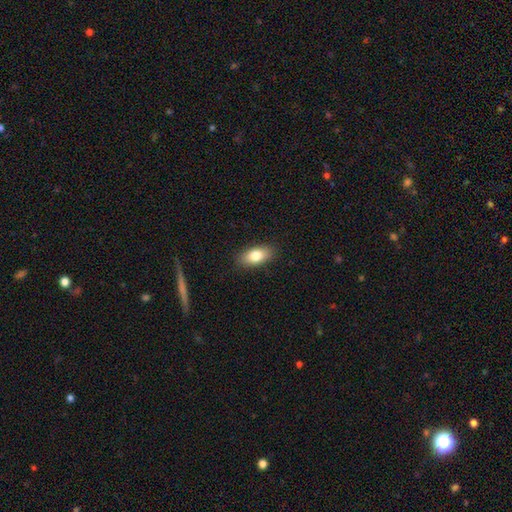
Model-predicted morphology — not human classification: A smooth galaxy with no disk features (80%) that is in between round and cigar-shaped (89%).

Vote fractions:
- Smooth or featured? smooth: 80% / featured or disk: 12% / star or artifact: 8%
- How rounded? in between: 89% / round: 6% / cigar-shaped: 6%
- Merging? none: 88% / minor disturbance: 9% / major disturbance: 2% / merger: 1%